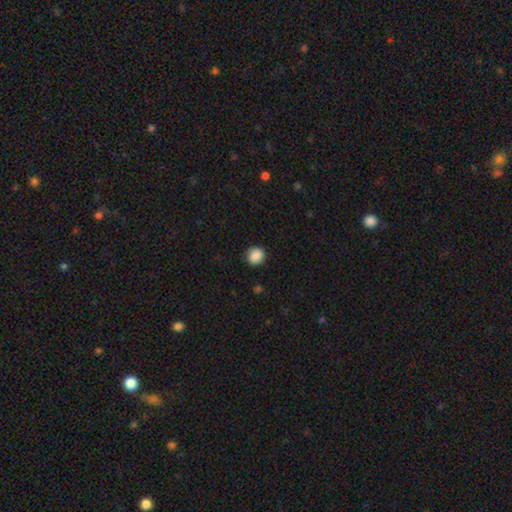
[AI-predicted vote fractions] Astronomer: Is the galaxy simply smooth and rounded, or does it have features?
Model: smooth — 88%.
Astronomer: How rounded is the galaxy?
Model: round — 77%.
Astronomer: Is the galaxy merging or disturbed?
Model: none — 86%.